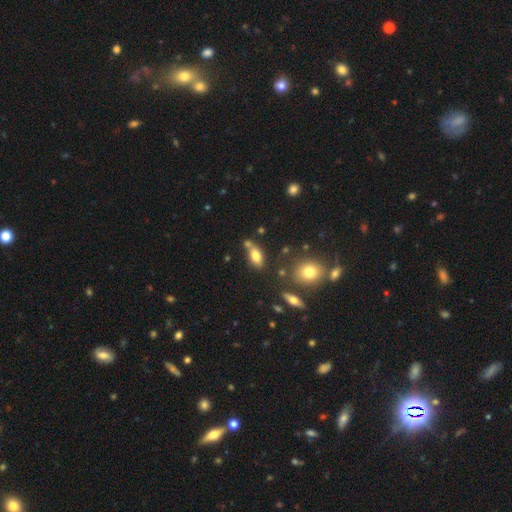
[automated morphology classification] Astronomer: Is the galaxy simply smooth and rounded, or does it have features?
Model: smooth — 76%.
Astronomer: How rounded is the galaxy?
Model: in between — 85%.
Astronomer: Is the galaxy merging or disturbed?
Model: none — 58%.